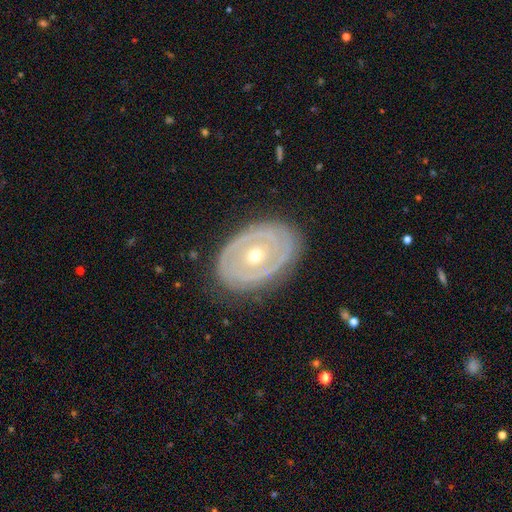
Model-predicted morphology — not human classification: smooth-or-featured: featured or disk: 79% | smooth: 16% | star or artifact: 5%
  disk-edge-on: no: 94% | yes: 6%
    bar: no: 81% | weak: 14% | strong: 5%
    has-spiral-arms: yes: 60% | no: 40%
    bulge-size: small: 49% | moderate: 48% | large: 1% | dominant: 1% | none: 1%
  merging: none: 81% | minor disturbance: 13% | major disturbance: 4% | merger: 1%